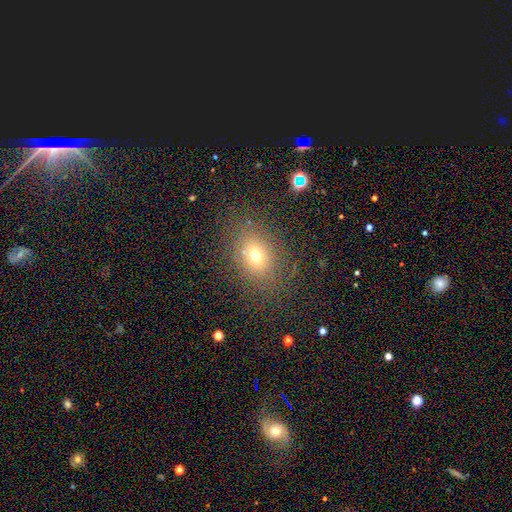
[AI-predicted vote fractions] smooth-or-featured: smooth: 67% | star or artifact: 18% | featured or disk: 15%
  how-rounded: in between: 59% | round: 39% | cigar-shaped: 2%
  merging: none: 78% | minor disturbance: 13% | major disturbance: 7% | merger: 2%